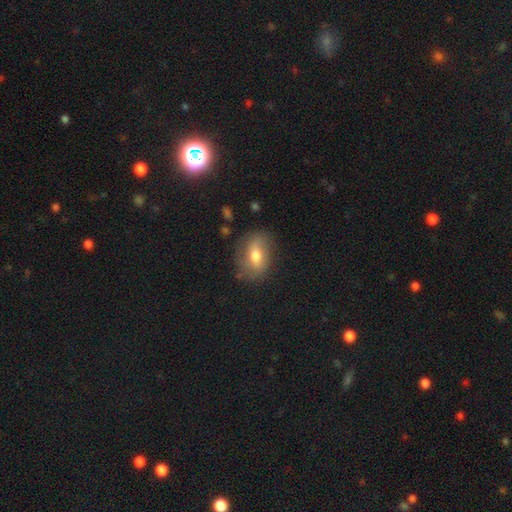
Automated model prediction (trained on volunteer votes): Overall: smooth (59%; featured or disk 32%). How rounded: in between (79%). Merging: none (72%).